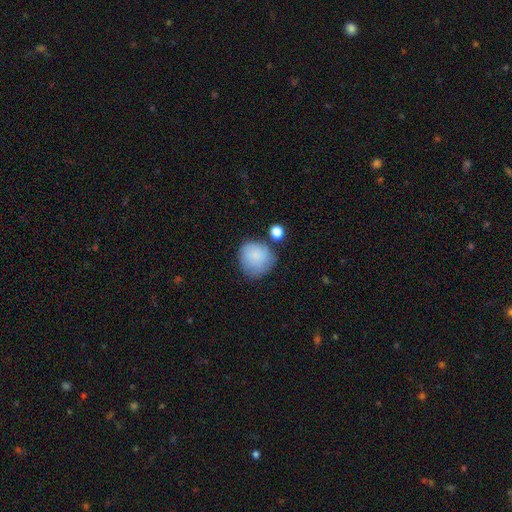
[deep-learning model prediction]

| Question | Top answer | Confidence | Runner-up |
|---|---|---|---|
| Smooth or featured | smooth | 84% | featured or disk (9%) |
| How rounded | round | 86% | in between (14%) |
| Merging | none | 63% | minor disturbance (22%) |